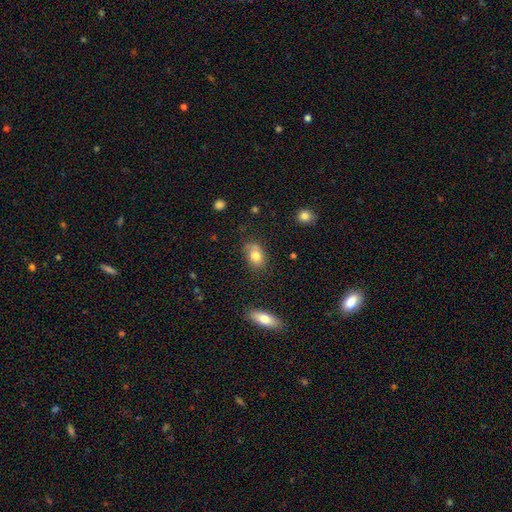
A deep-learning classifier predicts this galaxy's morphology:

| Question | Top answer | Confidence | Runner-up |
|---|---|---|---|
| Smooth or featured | smooth | 79% | featured or disk (12%) |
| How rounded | in between | 75% | round (23%) |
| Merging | none | 60% | minor disturbance (25%) |